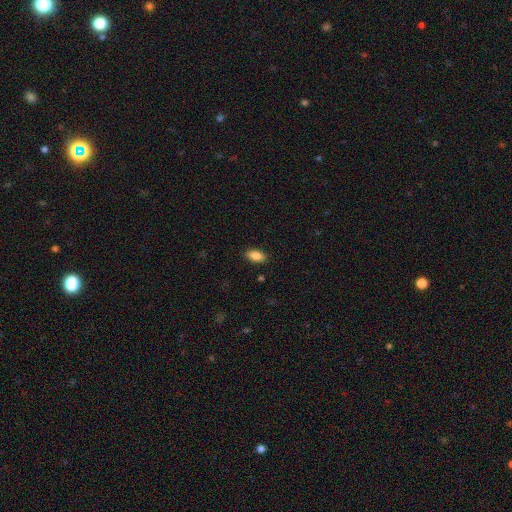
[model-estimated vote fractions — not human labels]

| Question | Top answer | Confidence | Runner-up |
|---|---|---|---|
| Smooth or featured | smooth | 88% | star or artifact (7%) |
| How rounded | in between | 91% | cigar-shaped (6%) |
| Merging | none | 88% | minor disturbance (9%) |